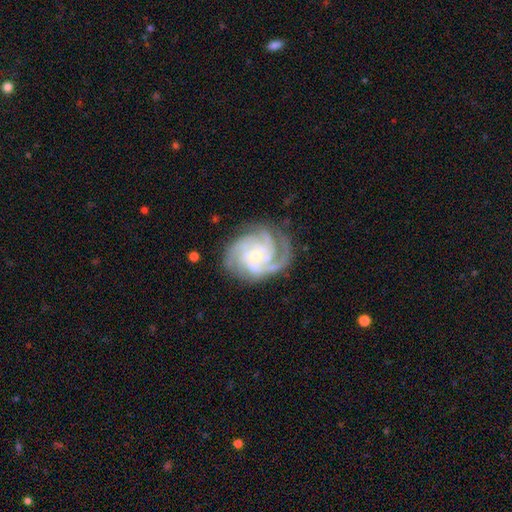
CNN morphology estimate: Overall: featured or disk (90%). Edge-on disk: no (98%). Bar: no (69%). Spiral arms: yes (98%). Spiral arm count: 3 (40%; 4 28%). Spiral winding: tight (66%; medium 30%). Bulge size: small (67%; moderate 29%). Merging: none (74%).